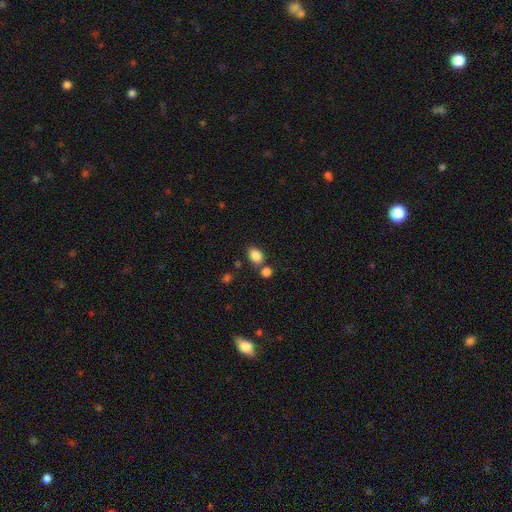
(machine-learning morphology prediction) The model was most divided on "merging": none: 66%, merger: 18%, minor disturbance: 12%, major disturbance: 4%. More confident: smooth or featured — smooth (85%); how rounded — in between (75%).